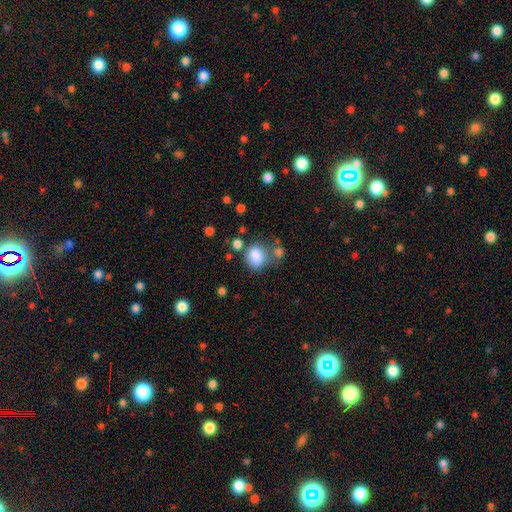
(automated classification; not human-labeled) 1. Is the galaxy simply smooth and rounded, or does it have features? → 83% smooth, 10% star or artifact, 7% featured or disk.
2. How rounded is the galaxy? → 58% round, 41% in between, 1% cigar-shaped.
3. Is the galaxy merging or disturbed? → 54% none, 19% merger, 18% minor disturbance, 9% major disturbance.